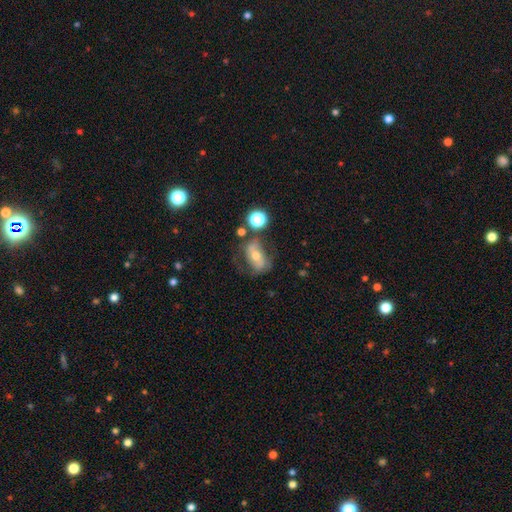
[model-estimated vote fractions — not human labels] This is possibly a featured or disk galaxy (47%). Merging: possibly none (45%).